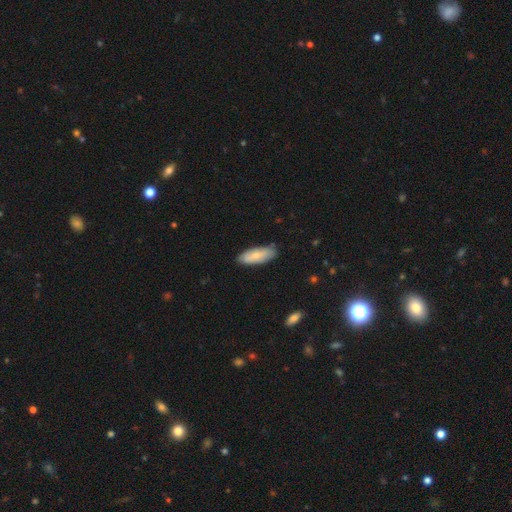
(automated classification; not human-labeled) smooth-or-featured: smooth: 72% | featured or disk: 22% | star or artifact: 6%
  how-rounded: in between: 73% | cigar-shaped: 25% | round: 2%
  merging: none: 81% | minor disturbance: 16% | major disturbance: 2% | merger: 1%